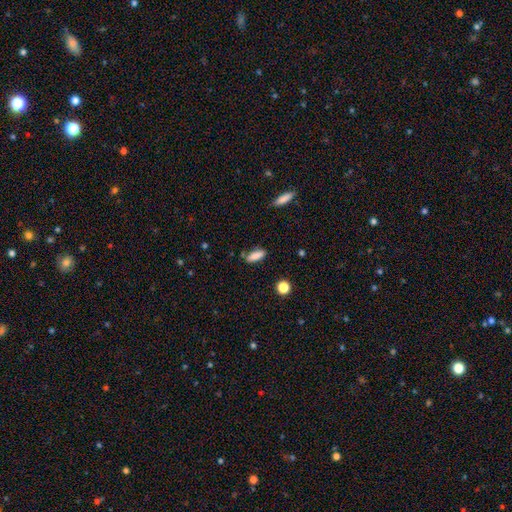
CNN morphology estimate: smooth_or_featured: smooth (p=0.85) [alt: star or artifact p=0.08]
how_rounded: in between (p=0.59) [alt: cigar-shaped p=0.39]
merging: none (p=0.78) [alt: minor disturbance p=0.15]